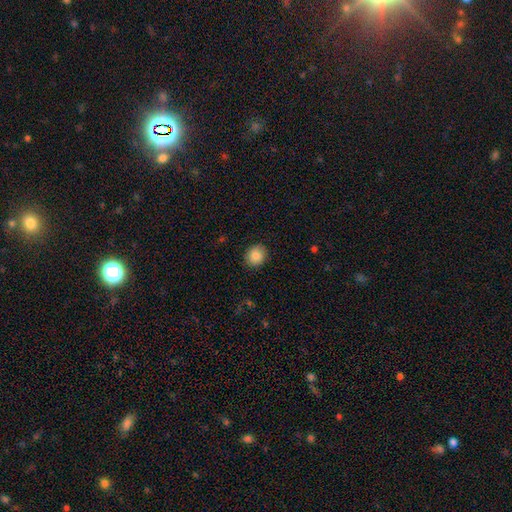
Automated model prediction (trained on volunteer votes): This appears to be a smooth galaxy with no disk features (87%) that is round (77%). Merging: none (89%).